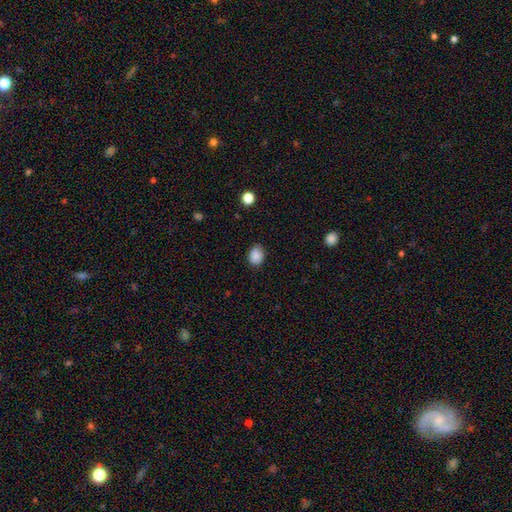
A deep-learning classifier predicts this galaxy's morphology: The model was most divided on "how rounded": in between: 58%, round: 42%, cigar-shaped: 1%. More confident: smooth or featured — smooth (88%); merging — none (83%).